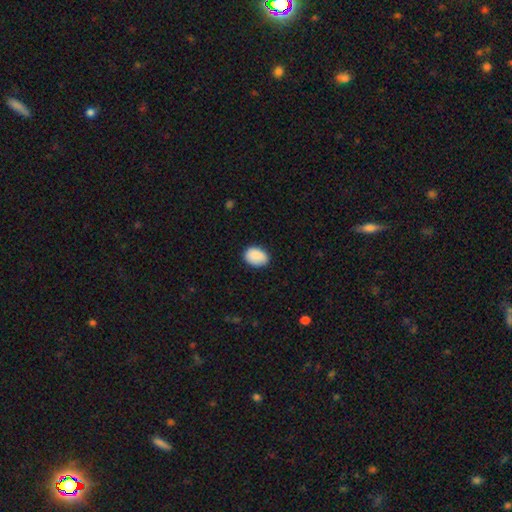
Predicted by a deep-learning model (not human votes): The model was most divided on "how rounded": in between: 75%, round: 24%, cigar-shaped: 1%. More confident: smooth or featured — smooth (90%); merging — none (84%).